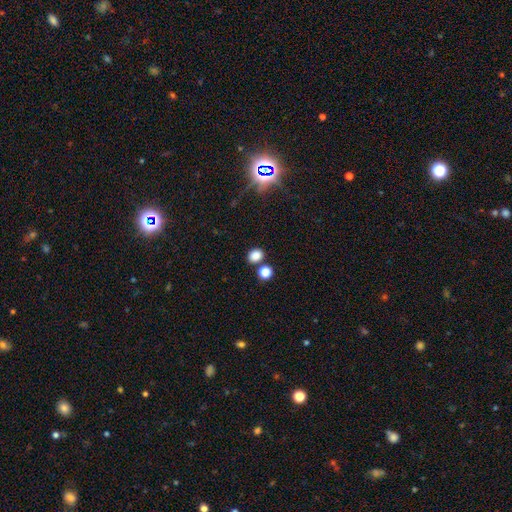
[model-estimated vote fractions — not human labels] Smooth or featured? Predicted: smooth (p=0.82). How rounded? Predicted: round (p=0.55). Merging? Predicted: none (p=0.74).